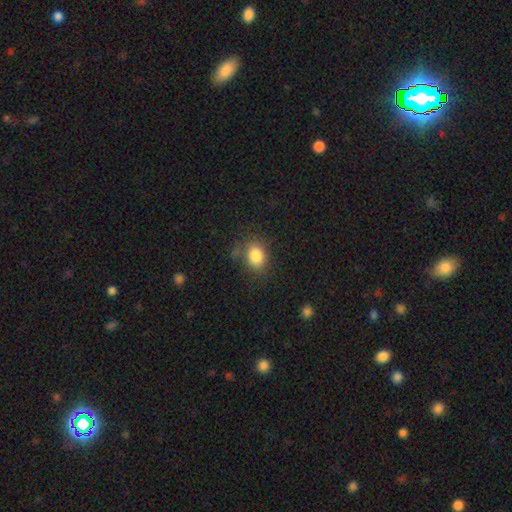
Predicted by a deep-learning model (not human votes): The model was most divided on "how rounded": in between: 57%, round: 42%, cigar-shaped: 1%. More confident: smooth or featured — smooth (84%); merging — none (70%).